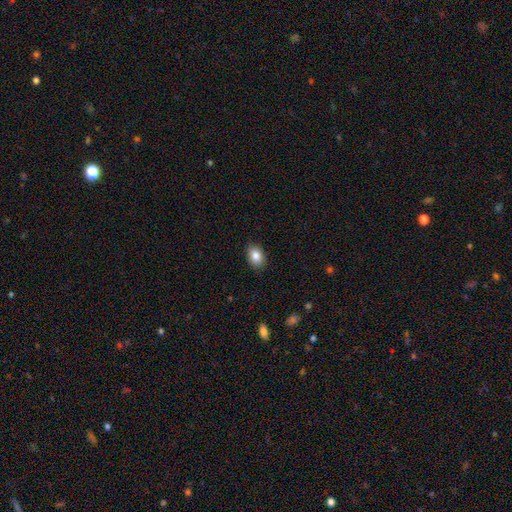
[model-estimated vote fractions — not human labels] smooth-or-featured: smooth: 85% | star or artifact: 8% | featured or disk: 6%
  how-rounded: in between: 79% | round: 20% | cigar-shaped: 1%
  merging: none: 88% | minor disturbance: 9% | major disturbance: 2% | merger: 1%